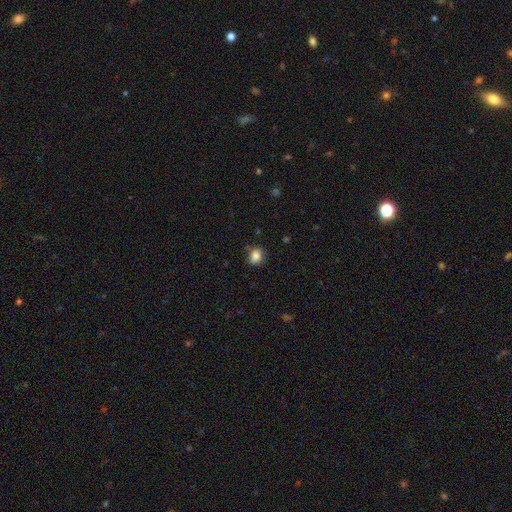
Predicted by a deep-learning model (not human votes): smooth_or_featured: smooth (p=0.83) [alt: star or artifact p=0.10]
how_rounded: round (p=0.51) [alt: in between p=0.48]
merging: none (p=0.74) [alt: minor disturbance p=0.19]